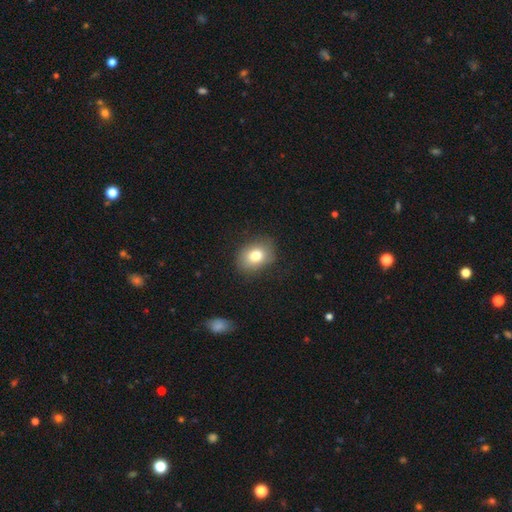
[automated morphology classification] Smooth or featured?
  - smooth: 78% *
  - featured or disk: 12%
  - star or artifact: 10%
How rounded?
  - in between: 62% *
  - round: 37%
  - cigar-shaped: 1%
Merging?
  - none: 81% *
  - minor disturbance: 14%
  - major disturbance: 4%
  - merger: 1%